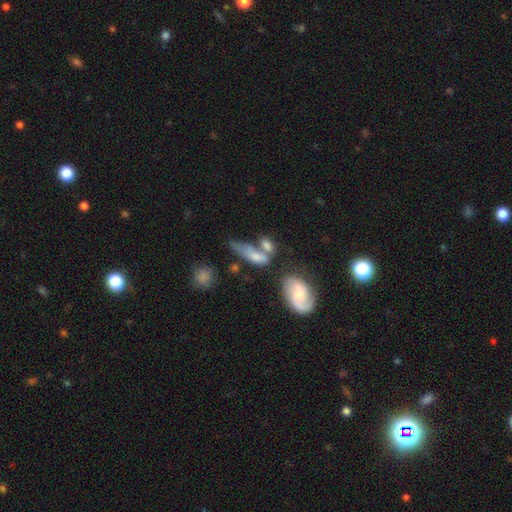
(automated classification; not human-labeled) Smooth or featured?
  - smooth: 63% *
  - featured or disk: 27%
  - star or artifact: 10%
How rounded?
  - in between: 68% *
  - cigar-shaped: 26%
  - round: 5%
Merging?
  - merger: 45% *
  - none: 21%
  - major disturbance: 18%
  - minor disturbance: 16%